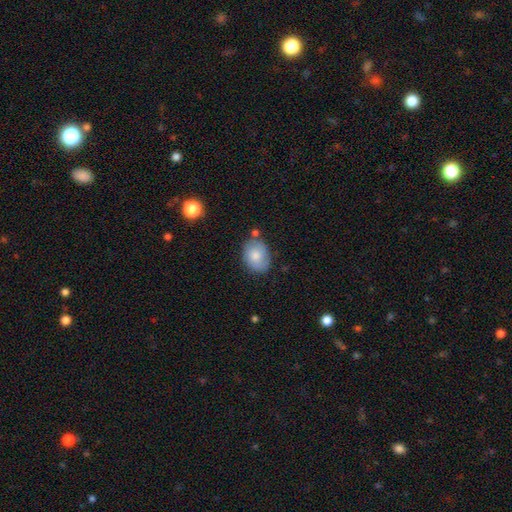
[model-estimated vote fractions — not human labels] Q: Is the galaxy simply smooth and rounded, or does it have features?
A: smooth — 78%.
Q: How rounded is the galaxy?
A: in between — 71%.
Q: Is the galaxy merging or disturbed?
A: none — 70%.